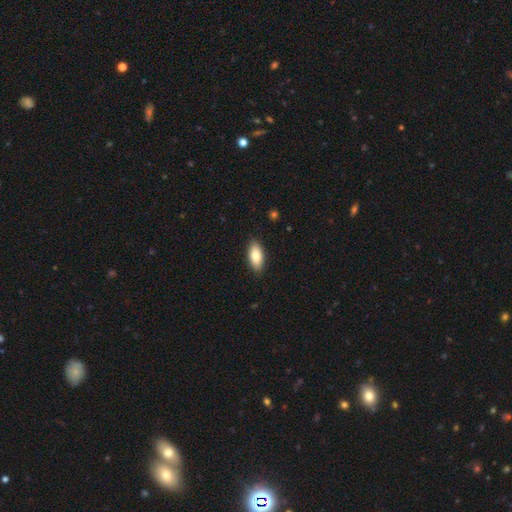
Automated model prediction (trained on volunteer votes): A smooth galaxy with no disk features (83%) that is in between round and cigar-shaped (86%).

Vote fractions:
- Smooth or featured? smooth: 83% / featured or disk: 11% / star or artifact: 6%
- How rounded? in between: 86% / cigar-shaped: 11% / round: 2%
- Merging? none: 88% / minor disturbance: 9% / major disturbance: 2% / merger: 1%